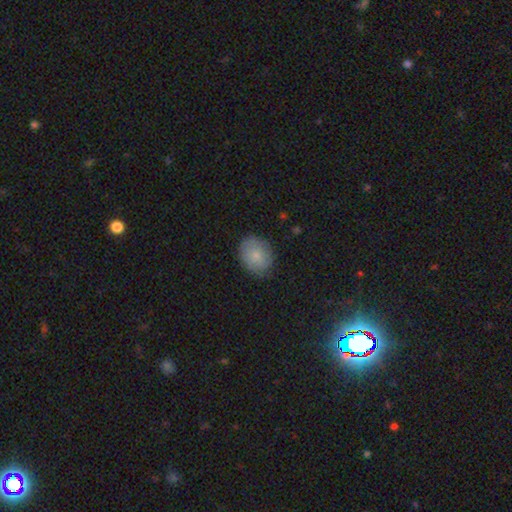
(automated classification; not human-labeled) Morphology: type=smooth (78%); roundness=round (52%); merging=none (80%).